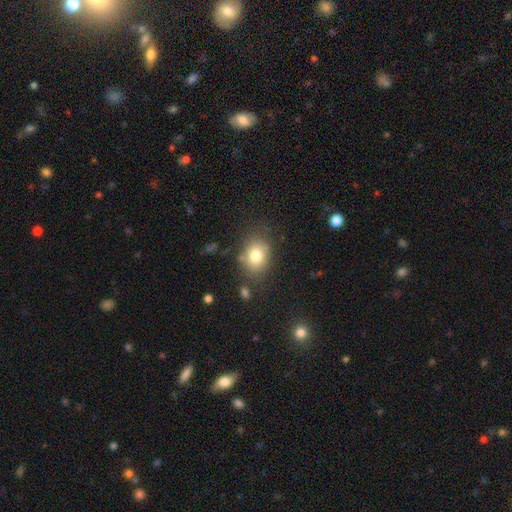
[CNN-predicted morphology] Smooth or featured?
  - smooth: 78% *
  - featured or disk: 11%
  - star or artifact: 10%
How rounded?
  - in between: 55% *
  - round: 44%
  - cigar-shaped: 1%
Merging?
  - none: 75% *
  - minor disturbance: 15%
  - major disturbance: 6%
  - merger: 5%